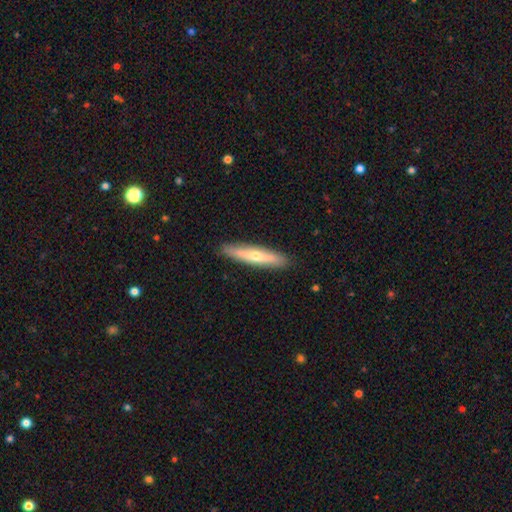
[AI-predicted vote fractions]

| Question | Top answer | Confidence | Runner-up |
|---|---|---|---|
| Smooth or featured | featured or disk | 51% | smooth (42%) |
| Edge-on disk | yes | 86% | no (14%) |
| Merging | none | 90% | minor disturbance (8%) |